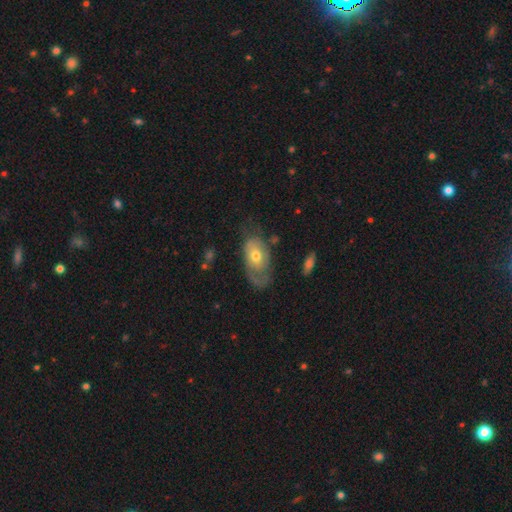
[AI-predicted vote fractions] This is possibly a featured or disk galaxy (51%). It is clearly not viewed edge-on (91%). Merging: marginally none (43%).